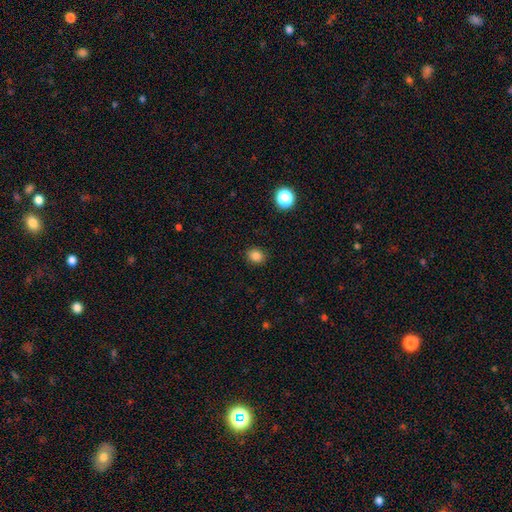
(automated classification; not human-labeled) A smooth galaxy with no disk features (84%) that is round (71%). Merging: none (90%).